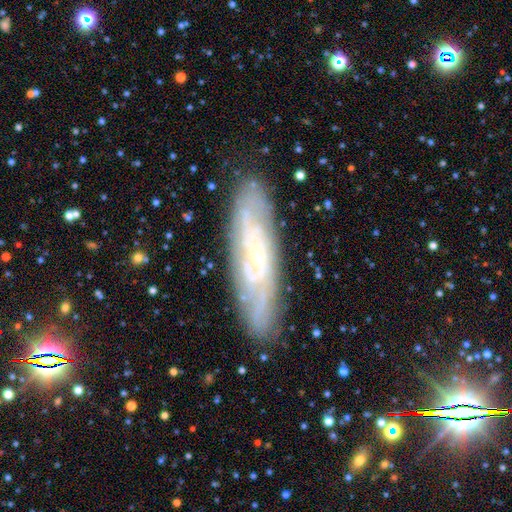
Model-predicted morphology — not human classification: smooth_or_featured: featured or disk (p=0.75) [alt: smooth p=0.16]
disk_edge_on: no (p=0.72) [alt: yes p=0.28]
bar: no (p=0.63) [alt: weak p=0.28]
has_spiral_arms: yes (p=0.91) [alt: no p=0.09]
bulge_size: small (p=0.80) [alt: moderate p=0.15]
merging: none (p=0.85) [alt: minor disturbance p=0.11]